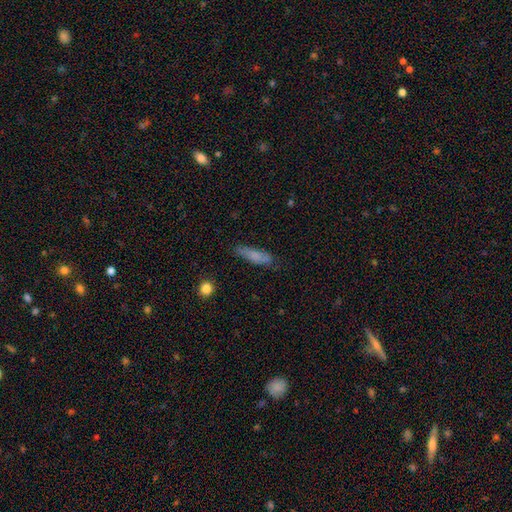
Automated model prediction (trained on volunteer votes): The model was most divided on "how rounded": cigar-shaped: 65%, in between: 33%, round: 2%. More confident: smooth or featured — smooth (74%); merging — none (68%).